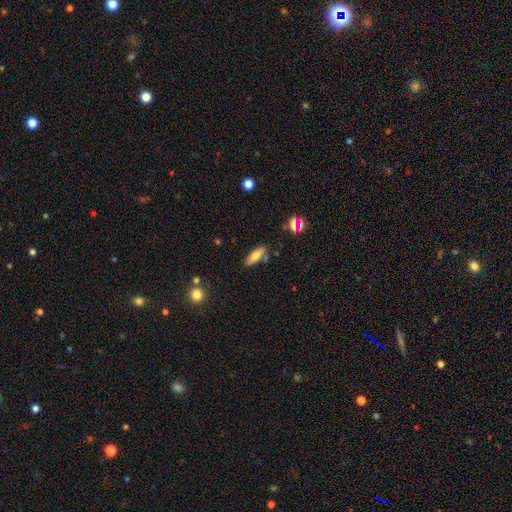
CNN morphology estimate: smooth-or-featured: smooth: 73% | featured or disk: 18% | star or artifact: 9%
  how-rounded: in between: 58% | cigar-shaped: 39% | round: 3%
  merging: none: 73% | minor disturbance: 16% | merger: 7% | major disturbance: 4%